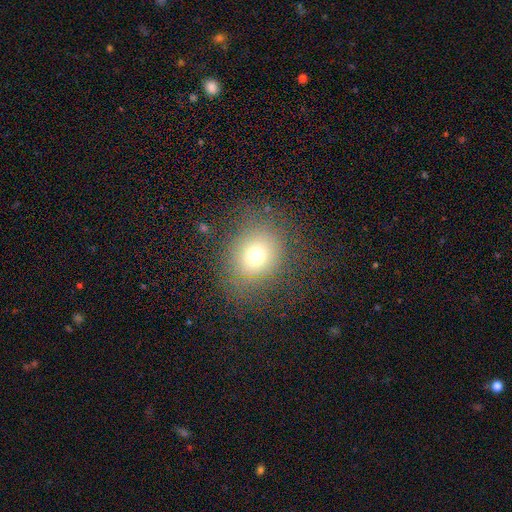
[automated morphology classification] Overall: smooth (71%). How rounded: round (68%; in between 31%). Merging: none (75%).